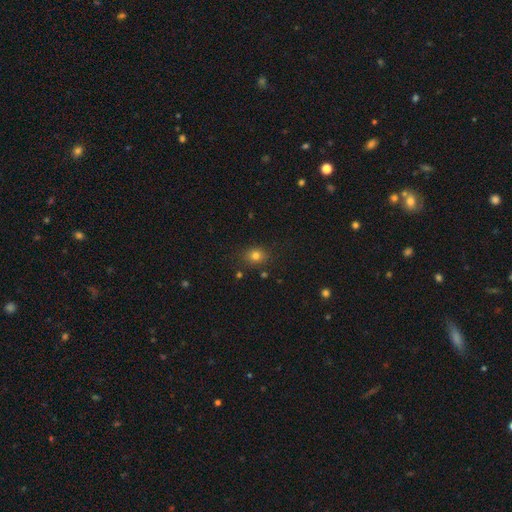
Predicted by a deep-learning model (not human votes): Overall: smooth (78%). How rounded: round (61%; in between 38%). Merging: none (82%).